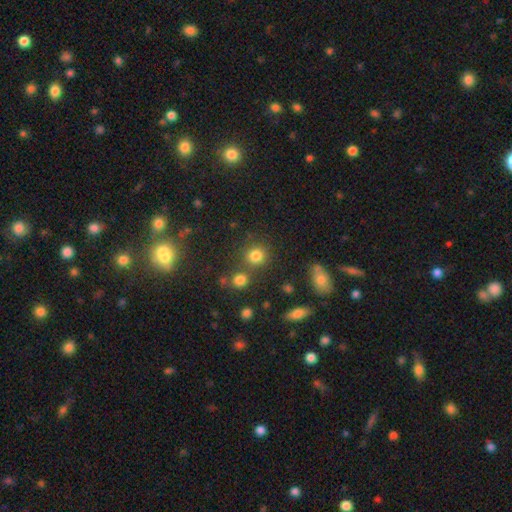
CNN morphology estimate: Overall: smooth (79%). How rounded: round (87%). Merging: none (73%).